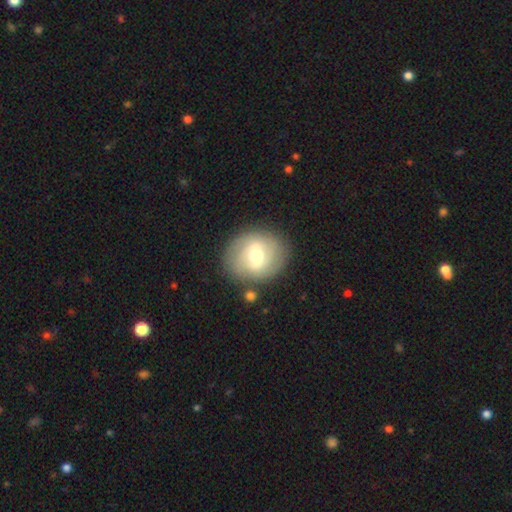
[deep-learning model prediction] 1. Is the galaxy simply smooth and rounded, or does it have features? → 56% featured or disk, 37% smooth, 7% star or artifact.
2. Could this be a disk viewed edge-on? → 94% no, 6% yes.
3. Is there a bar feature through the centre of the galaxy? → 50% weak, 33% strong, 18% no.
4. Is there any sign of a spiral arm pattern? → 50% yes (tied), 50% no (tied).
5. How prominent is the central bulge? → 71% moderate, 14% small, 12% large, 1% dominant, 1% none.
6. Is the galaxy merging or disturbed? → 80% none, 12% minor disturbance, 5% major disturbance, 3% merger.